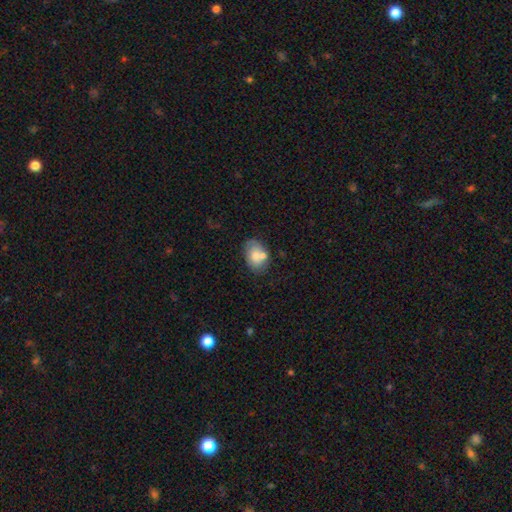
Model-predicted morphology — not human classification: Smooth or featured? smooth (71%)
How rounded? in between (79%)
Merging? none (52%)